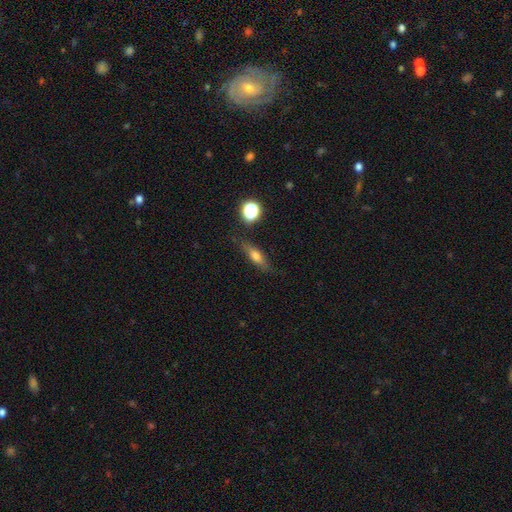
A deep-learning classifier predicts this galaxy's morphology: smooth_or_featured: smooth (p=0.59) [alt: featured or disk p=0.29]
how_rounded: cigar-shaped (p=0.50) [alt: in between p=0.43]
merging: none (p=0.77) [alt: minor disturbance p=0.15]